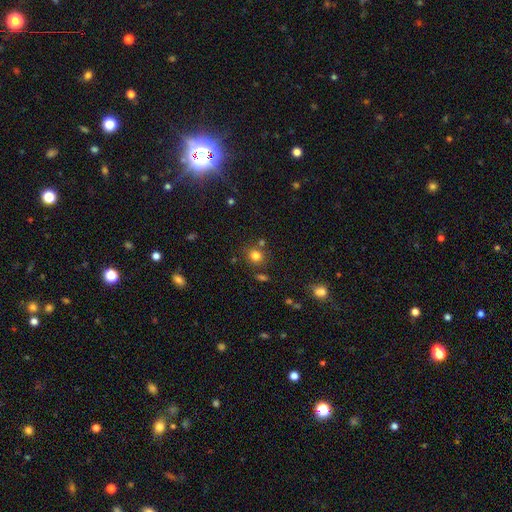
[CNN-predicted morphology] smooth-or-featured: smooth: 78% | star or artifact: 15% | featured or disk: 7%
  how-rounded: round: 87% | in between: 12% | cigar-shaped: 1%
  merging: none: 78% | minor disturbance: 10% | merger: 9% | major disturbance: 3%